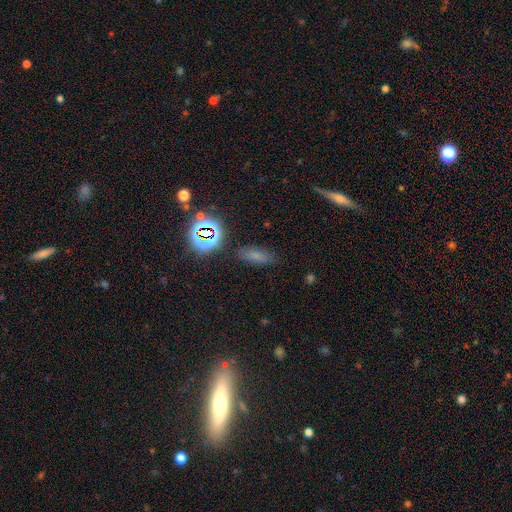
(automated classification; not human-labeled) The model was most divided on "smooth or featured": smooth: 63%, star or artifact: 26%, featured or disk: 11%. More confident: merging — none (79%); how rounded — in between (75%).